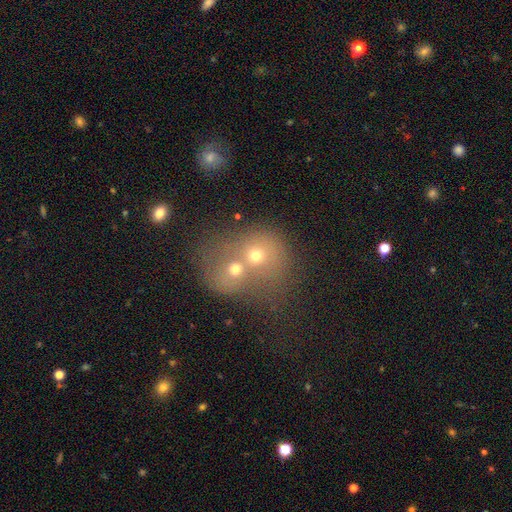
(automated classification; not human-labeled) Smooth or featured: smooth — 58% (featured or disk — 26%)
How rounded: round — 71% (in between — 28%)
Merging: merger — 72% (none — 18%)